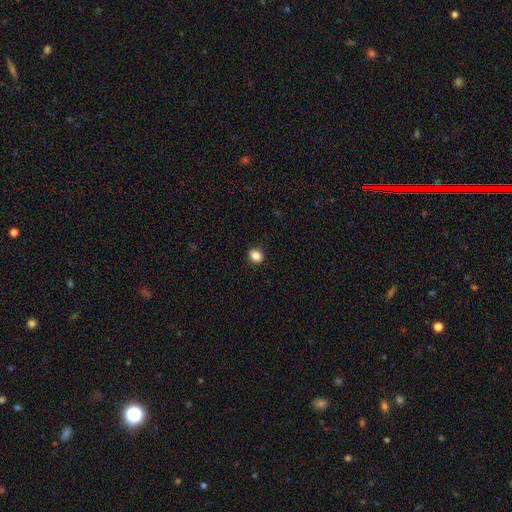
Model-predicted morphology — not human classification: Overall: smooth (86%). How rounded: round (58%; in between 41%). Merging: none (89%).